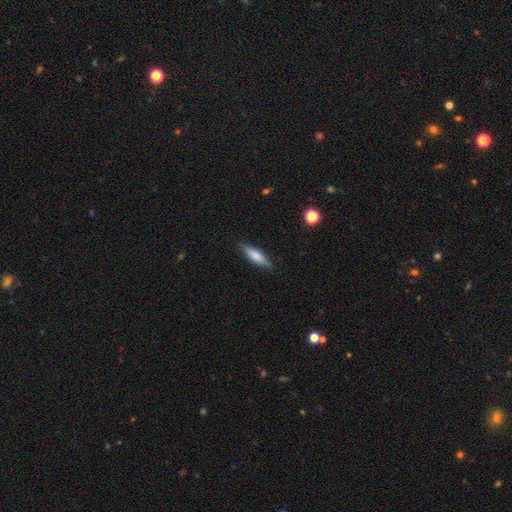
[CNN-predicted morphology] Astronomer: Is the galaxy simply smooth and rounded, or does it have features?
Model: smooth — 64%.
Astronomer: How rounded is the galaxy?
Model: cigar-shaped — 71%.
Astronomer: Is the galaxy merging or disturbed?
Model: none — 87%.